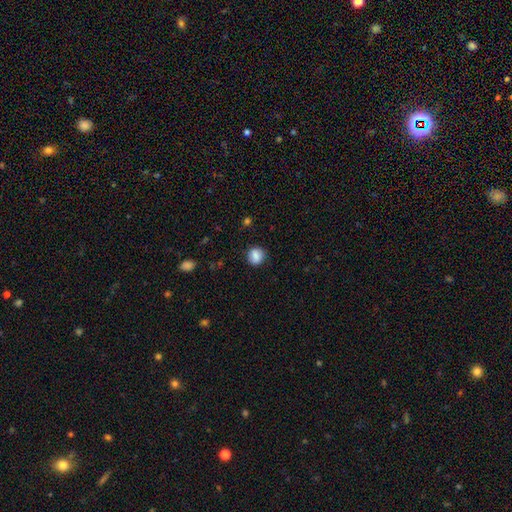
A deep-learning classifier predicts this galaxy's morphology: smooth_or_featured: smooth (p=0.84) [alt: star or artifact p=0.09]
how_rounded: round (p=0.77) [alt: in between p=0.22]
merging: none (p=0.84) [alt: minor disturbance p=0.12]